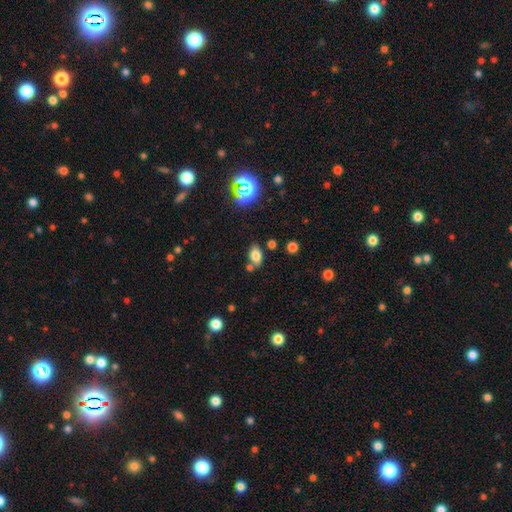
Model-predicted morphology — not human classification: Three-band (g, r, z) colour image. It shows a smooth galaxy with no disk features (76%) that is in between round and cigar-shaped (86%). Merging: none (70%).